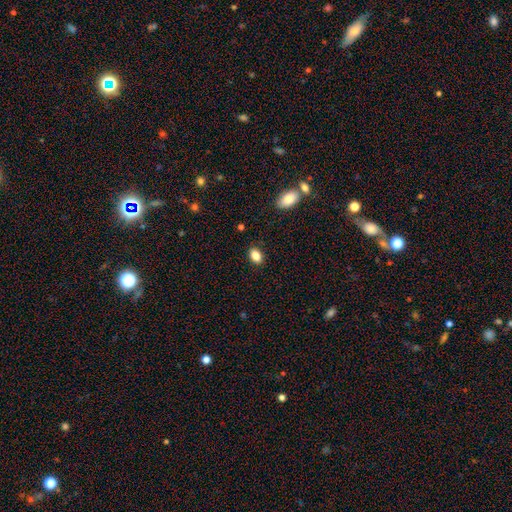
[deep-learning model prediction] Smooth or featured: smooth — 85% (star or artifact — 9%)
How rounded: in between — 83% (round — 15%)
Merging: none — 87% (minor disturbance — 9%)